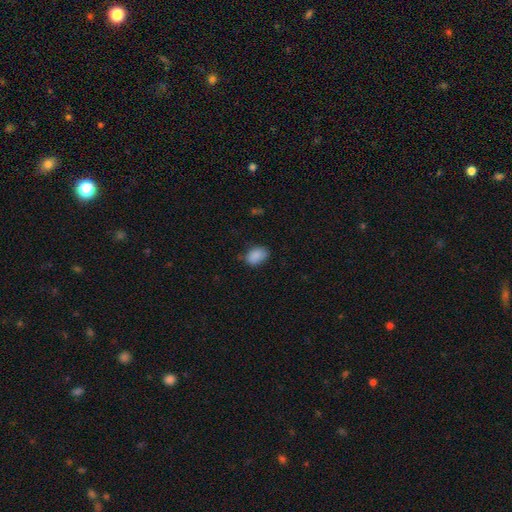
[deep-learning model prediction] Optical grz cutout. It shows a smooth galaxy with no disk features (89%) that is in between round and cigar-shaped (81%). Merging: none (75%).